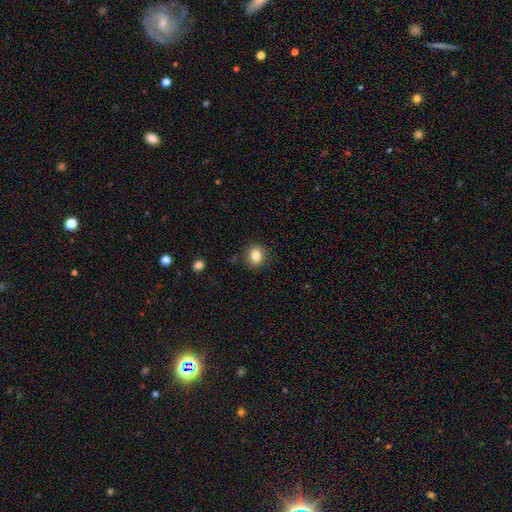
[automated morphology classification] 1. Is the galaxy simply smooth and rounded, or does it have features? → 83% smooth, 10% star or artifact, 7% featured or disk.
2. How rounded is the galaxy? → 64% round, 35% in between, 1% cigar-shaped.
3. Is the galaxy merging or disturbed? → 85% none, 10% minor disturbance, 3% major disturbance, 2% merger.